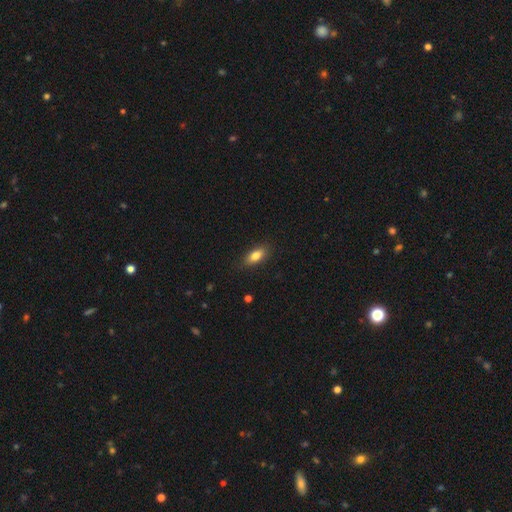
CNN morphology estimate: Overall: smooth (80%). How rounded: in between (80%). Merging: none (85%).